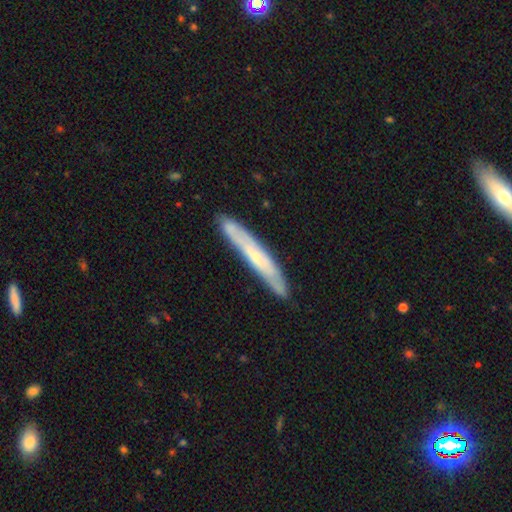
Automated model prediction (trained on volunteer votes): Smooth or featured? Predicted: featured or disk (p=0.52). Edge-on disk? Predicted: yes (p=0.77). Merging? Predicted: none (p=0.85).